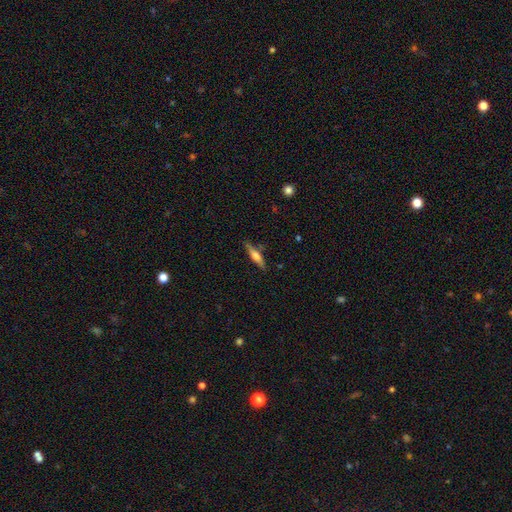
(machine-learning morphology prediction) Smooth or featured: smooth — 49% (featured or disk — 45%)
Merging: none — 80% (minor disturbance — 14%)